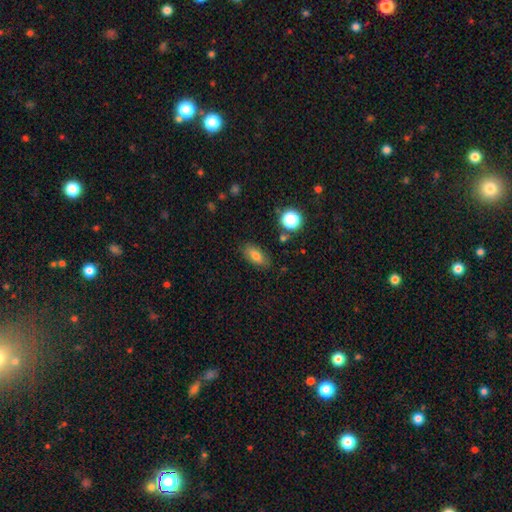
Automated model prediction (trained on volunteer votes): smooth_or_featured: smooth (p=0.74) [alt: featured or disk p=0.15]
how_rounded: in between (p=0.84) [alt: cigar-shaped p=0.09]
merging: none (p=0.82) [alt: minor disturbance p=0.13]